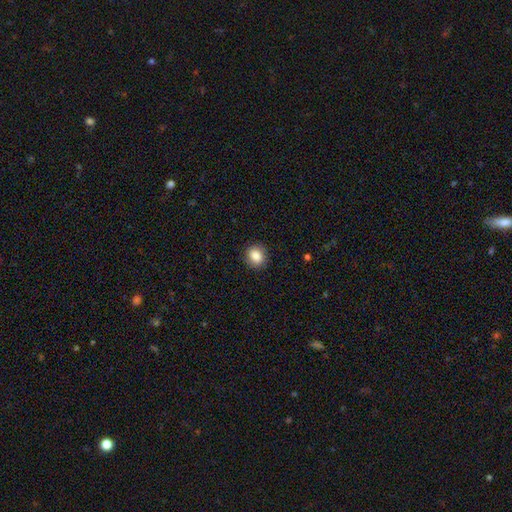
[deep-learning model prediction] A smooth galaxy with no disk features (85%) that is round (70%).

Vote fractions:
- Smooth or featured? smooth: 85% / star or artifact: 9% / featured or disk: 7%
- How rounded? round: 70% / in between: 29% / cigar-shaped: 1%
- Merging? none: 87% / minor disturbance: 9% / major disturbance: 3% / merger: 1%